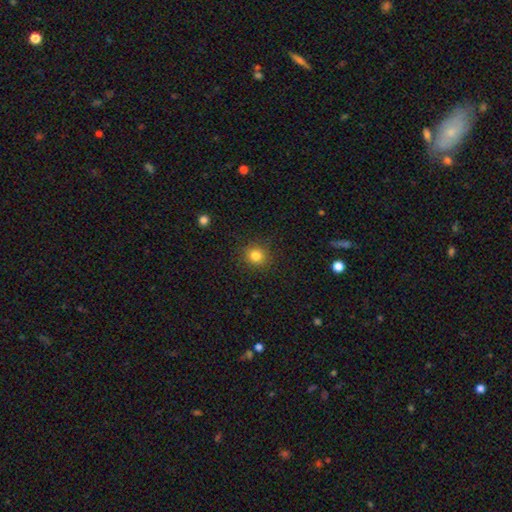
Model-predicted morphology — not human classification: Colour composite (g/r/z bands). It shows a smooth galaxy with no disk features (82%) that is round (90%). Merging: none (90%).